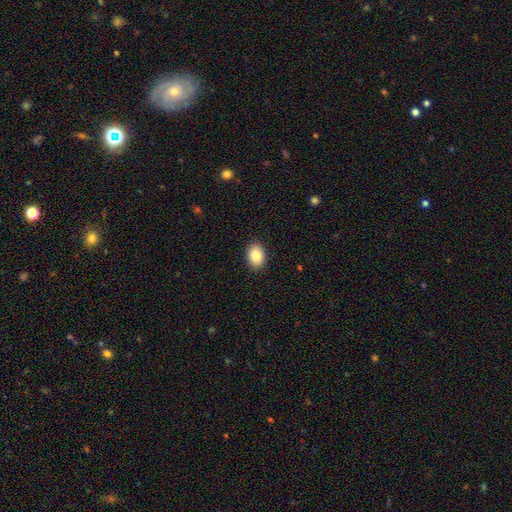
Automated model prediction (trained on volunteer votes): A smooth galaxy with no disk features (86%) that is in between round and cigar-shaped (74%).

Vote fractions:
- Smooth or featured? smooth: 86% / star or artifact: 8% / featured or disk: 7%
- How rounded? in between: 74% / round: 25% / cigar-shaped: 1%
- Merging? none: 91% / minor disturbance: 7% / major disturbance: 2% / merger: 1%